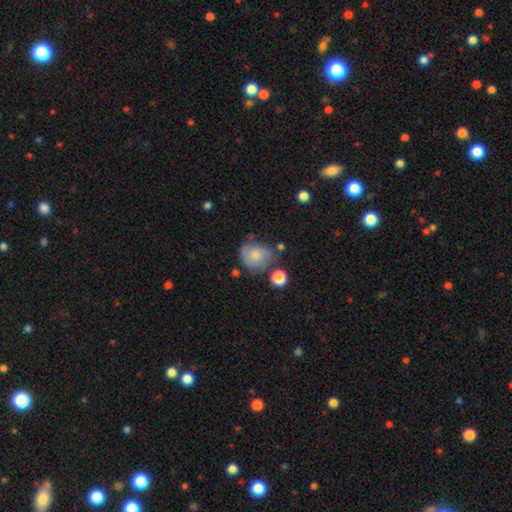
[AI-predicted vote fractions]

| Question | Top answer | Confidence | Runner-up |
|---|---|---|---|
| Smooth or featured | smooth | 60% | featured or disk (31%) |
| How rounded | round | 69% | in between (29%) |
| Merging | none | 53% | minor disturbance (28%) |